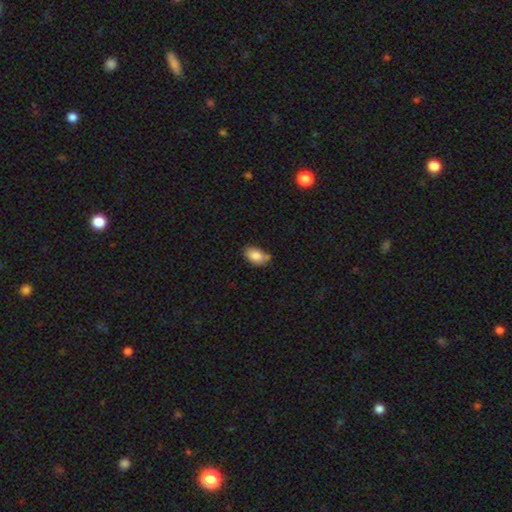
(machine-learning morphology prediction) This appears to be a smooth galaxy with no disk features (85%) that is in between round and cigar-shaped (87%). Merging: none (61%).